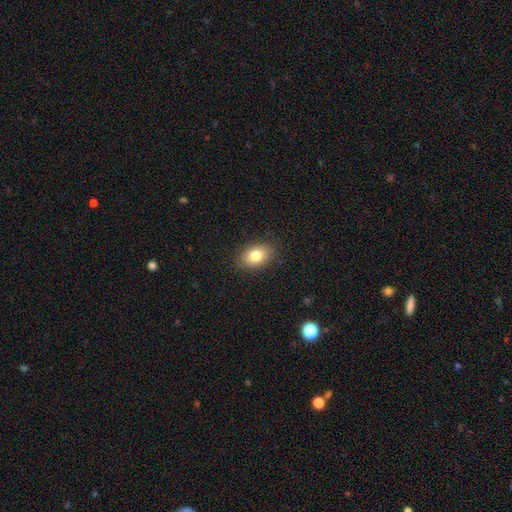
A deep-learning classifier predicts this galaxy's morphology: type=smooth (79%); roundness=in between (82%); merging=none (87%).